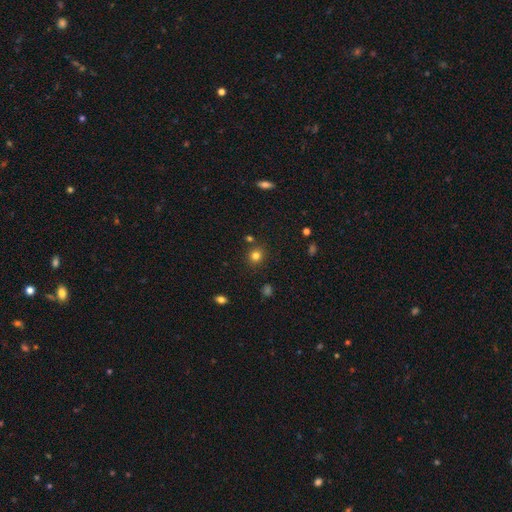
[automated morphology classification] Smooth or featured? smooth (79%)
How rounded? round (87%)
Merging? none (84%)